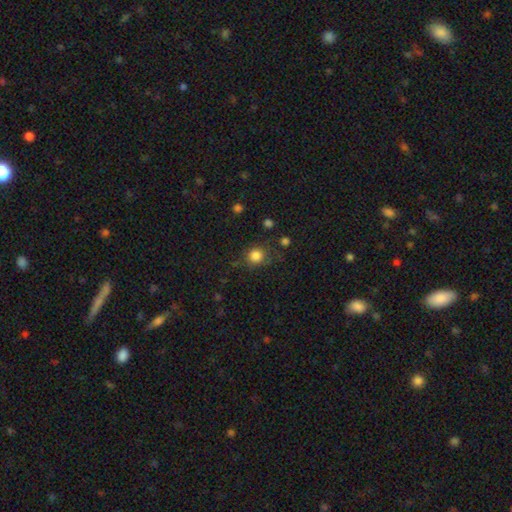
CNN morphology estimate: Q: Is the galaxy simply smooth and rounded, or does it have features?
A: smooth — 83%.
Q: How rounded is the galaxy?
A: round — 87%.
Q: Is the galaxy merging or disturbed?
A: none — 73%.